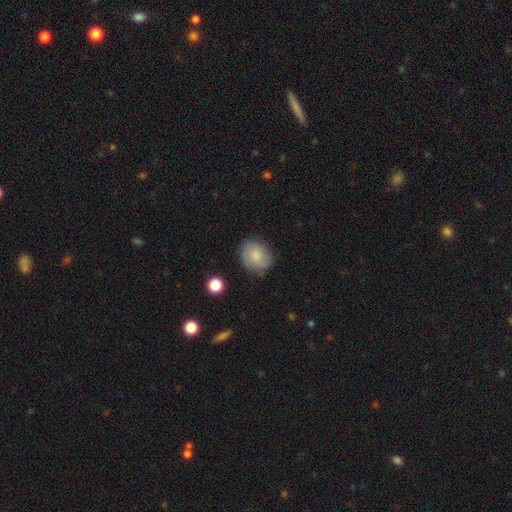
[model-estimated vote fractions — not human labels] smooth-or-featured: smooth: 74% | featured or disk: 18% | star or artifact: 8%
  how-rounded: round: 63% | in between: 36% | cigar-shaped: 1%
  merging: none: 73% | minor disturbance: 20% | major disturbance: 5% | merger: 2%